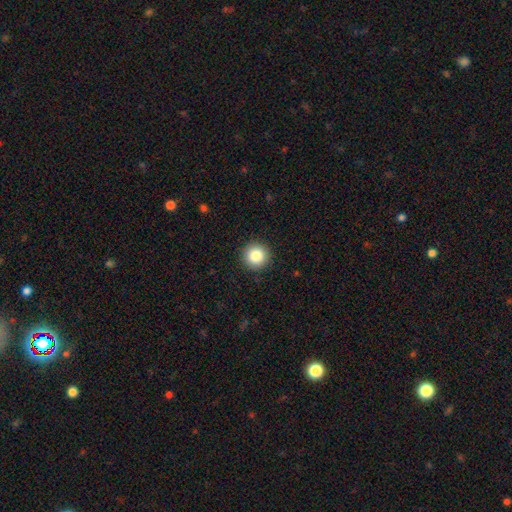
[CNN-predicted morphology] This is clearly a smooth galaxy (84%). How rounded: clearly round (96%). Merging: clearly none (92%).